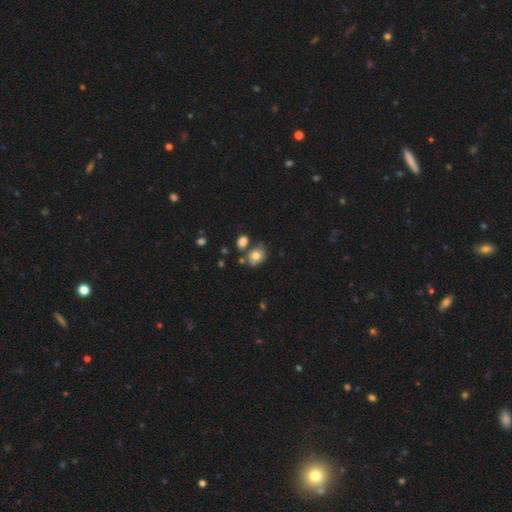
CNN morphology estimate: smooth-or-featured: smooth: 77% | featured or disk: 13% | star or artifact: 10%
  how-rounded: in between: 51% | round: 48% | cigar-shaped: 1%
  merging: none: 60% | minor disturbance: 18% | merger: 17% | major disturbance: 5%